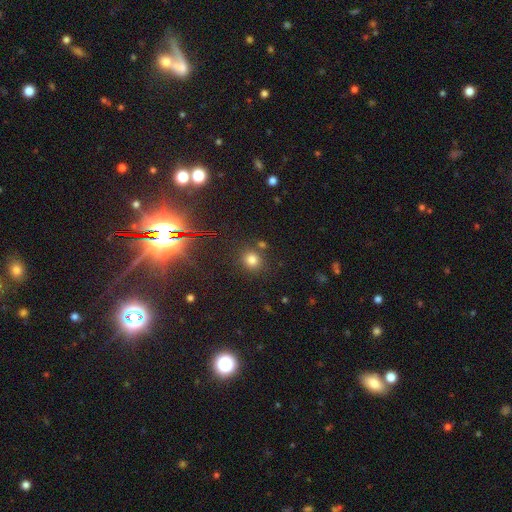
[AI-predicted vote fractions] This appears to be a smooth galaxy with no disk features (61%) that is round (88%). Merging: none (86%).